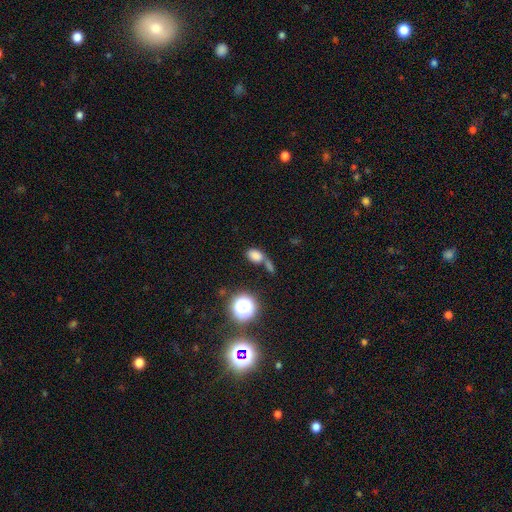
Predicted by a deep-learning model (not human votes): Smooth or featured?
  - smooth: 75% *
  - star or artifact: 16%
  - featured or disk: 9%
How rounded?
  - in between: 77% *
  - round: 21%
  - cigar-shaped: 2%
Merging?
  - merger: 39% *
  - none: 38%
  - minor disturbance: 13%
  - major disturbance: 10%